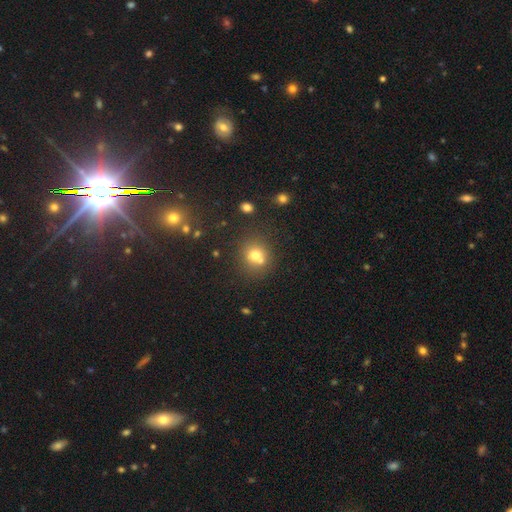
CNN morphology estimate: smooth 71%, star or artifact 15%, featured or disk 14%. Down the decision tree: how rounded — round (82%); merging — none (55%).